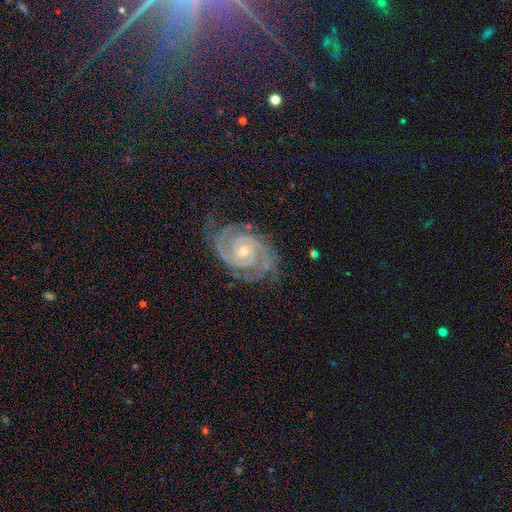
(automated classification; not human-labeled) Morphology: type=featured or disk (67%); edge-on=no (97%); bar=no (69%); spiral arms=yes (97%); winding=tight (69%); arm count=2 (64%); bulge=small (56%); merging=none (84%).